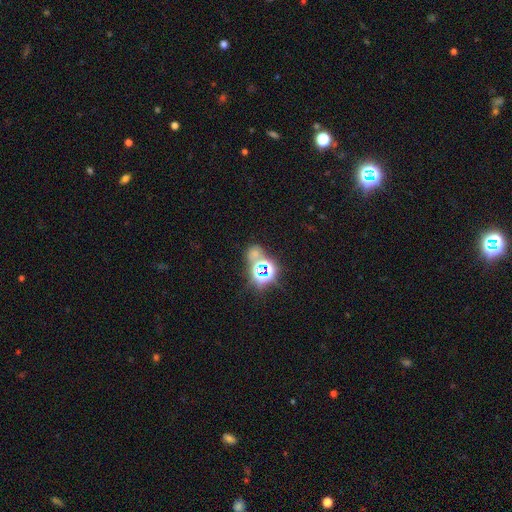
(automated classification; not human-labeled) star or artifact 62%, smooth 27%, featured or disk 11%.